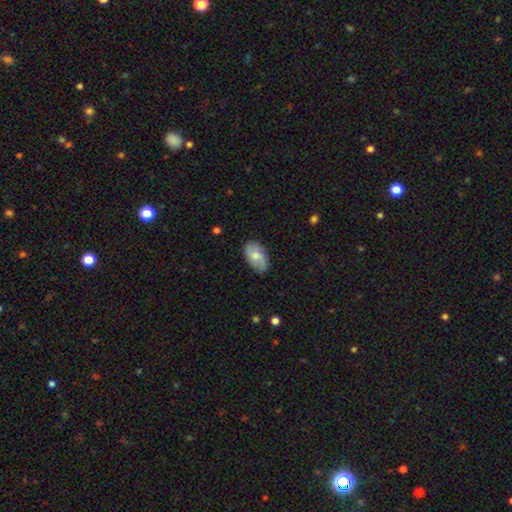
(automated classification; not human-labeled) Smooth or featured? Predicted: smooth (p=0.68). How rounded? Predicted: in between (p=0.93). Merging? Predicted: none (p=0.79).